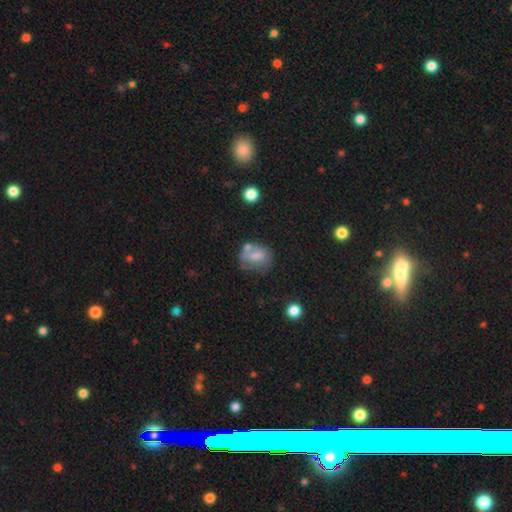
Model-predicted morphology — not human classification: The model was most divided on "how rounded": round: 53%, in between: 46%, cigar-shaped: 2%. Remaining: smooth or featured — smooth (61%); merging — none (44%).